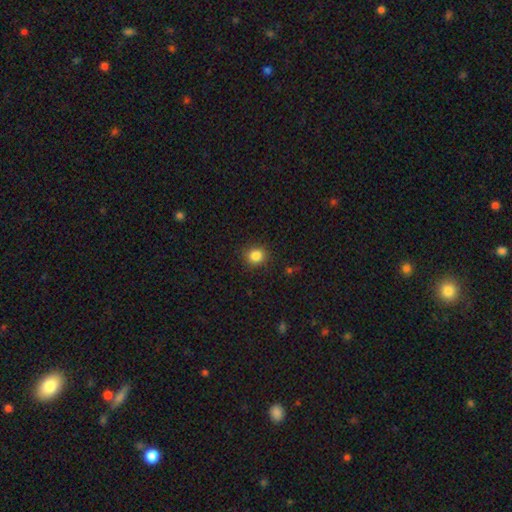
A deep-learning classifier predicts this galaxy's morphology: Smooth or featured? smooth (85%)
How rounded? round (85%)
Merging? none (89%)